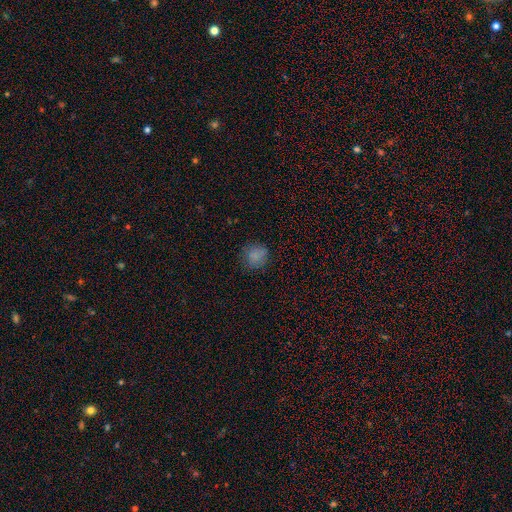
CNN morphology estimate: A smooth galaxy with no disk features (81%) that is round (82%). Merging: none (77%).